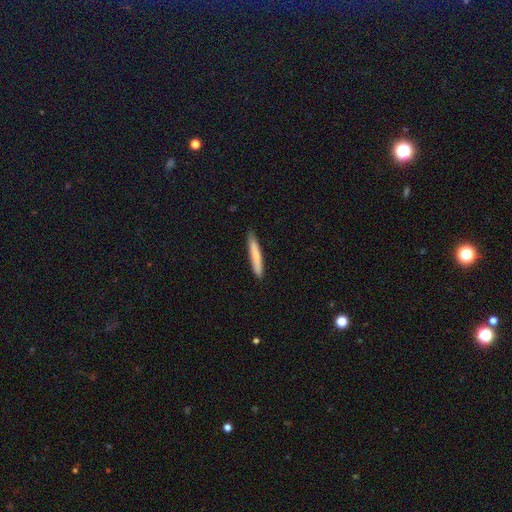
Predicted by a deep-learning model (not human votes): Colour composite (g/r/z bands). It shows a smooth galaxy with no disk features (78%) that is cigar-shaped (95%). Merging: none (87%).